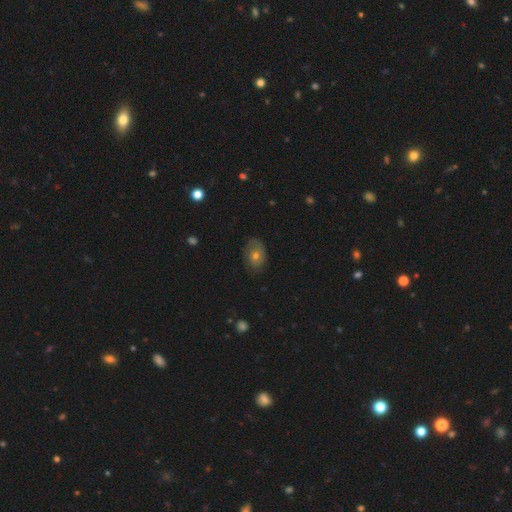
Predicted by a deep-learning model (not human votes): Smooth or featured? Predicted: smooth (p=0.49). Merging? Predicted: none (p=0.76).